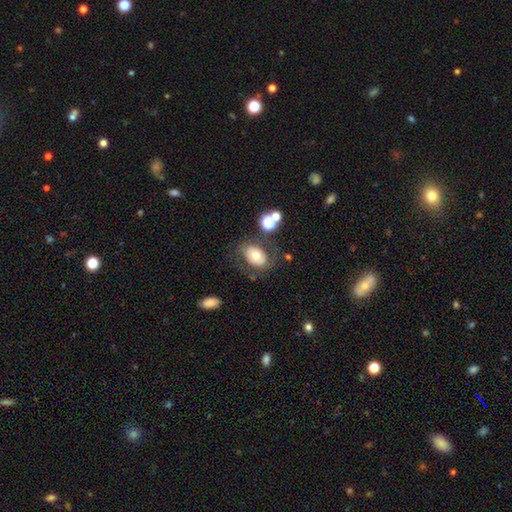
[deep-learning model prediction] A smooth galaxy with no disk features (55%) that is in between round and cigar-shaped (68%).

Vote fractions:
- Smooth or featured? smooth: 55% / featured or disk: 35% / star or artifact: 10%
- How rounded? in between: 68% / round: 31% / cigar-shaped: 1%
- Merging? none: 67% / minor disturbance: 16% / major disturbance: 11% / merger: 6%